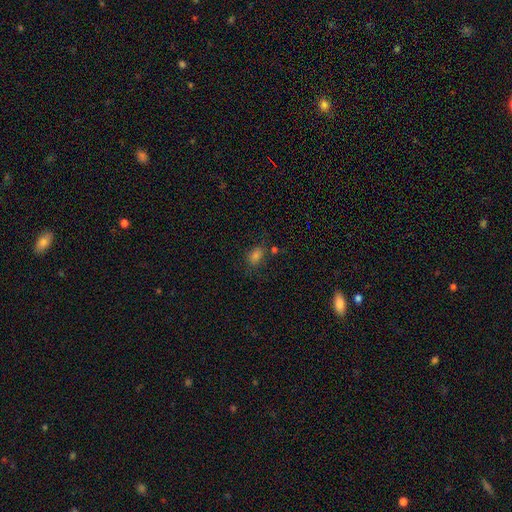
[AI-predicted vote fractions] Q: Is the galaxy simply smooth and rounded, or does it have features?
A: smooth — 67%.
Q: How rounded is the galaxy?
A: in between — 76%.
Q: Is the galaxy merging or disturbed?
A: none — 70%.